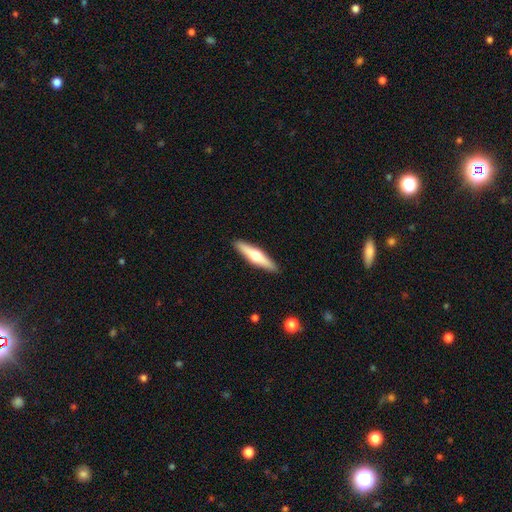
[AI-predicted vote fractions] A featured or disk galaxy (53%) viewed edge-on (94%).

Vote fractions:
- Smooth or featured? featured or disk: 53% / smooth: 42% / star or artifact: 5%
- Edge-on disk? yes: 94% / no: 6%
- Merging? none: 91% / minor disturbance: 6% / major disturbance: 1% / merger: 1%